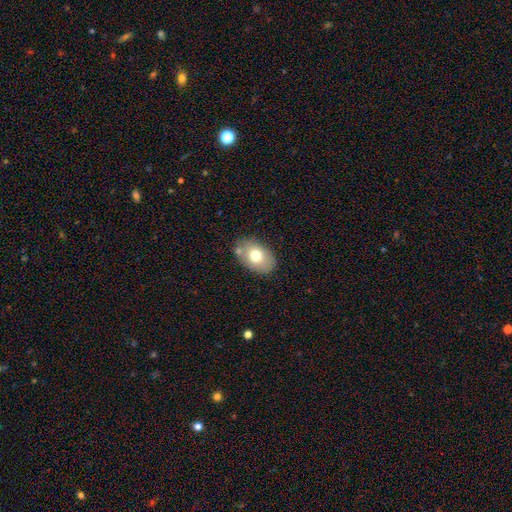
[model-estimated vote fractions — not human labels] Q: Smooth or featured?
A: smooth (71%); runner-up: featured or disk (21%)
Q: How rounded?
A: in between (84%); runner-up: round (15%)
Q: Merging?
A: none (74%); runner-up: minor disturbance (16%)